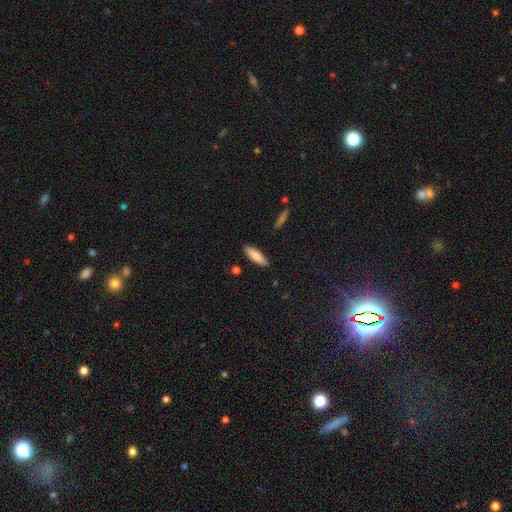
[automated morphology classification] A smooth galaxy with no disk features (83%) that is cigar-shaped (51%).

Vote fractions:
- Smooth or featured? smooth: 83% / featured or disk: 11% / star or artifact: 6%
- How rounded? cigar-shaped: 51% / in between: 47% / round: 2%
- Merging? none: 87% / minor disturbance: 9% / major disturbance: 2% / merger: 2%